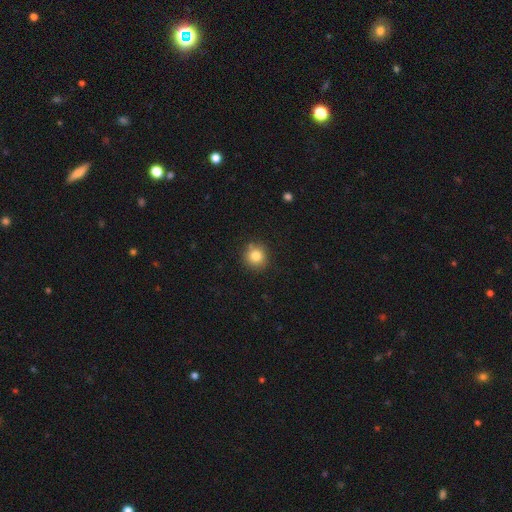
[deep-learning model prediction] Q: Smooth or featured?
A: smooth (82%); runner-up: star or artifact (11%)
Q: How rounded?
A: round (92%); runner-up: in between (7%)
Q: Merging?
A: none (85%); runner-up: minor disturbance (9%)